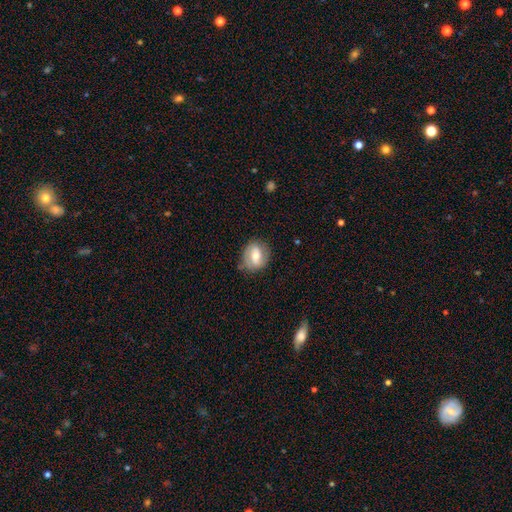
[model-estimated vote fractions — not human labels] smooth-or-featured: smooth: 53% | featured or disk: 40% | star or artifact: 7%
  how-rounded: round: 50% | in between: 49% | cigar-shaped: 1%
  merging: none: 72% | minor disturbance: 21% | major disturbance: 6% | merger: 2%